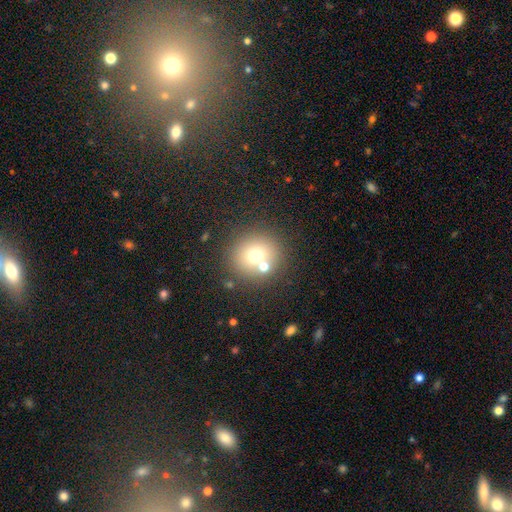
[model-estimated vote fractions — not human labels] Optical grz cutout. It shows a smooth galaxy with no disk features (69%) that is round (92%). Merging: none (71%).